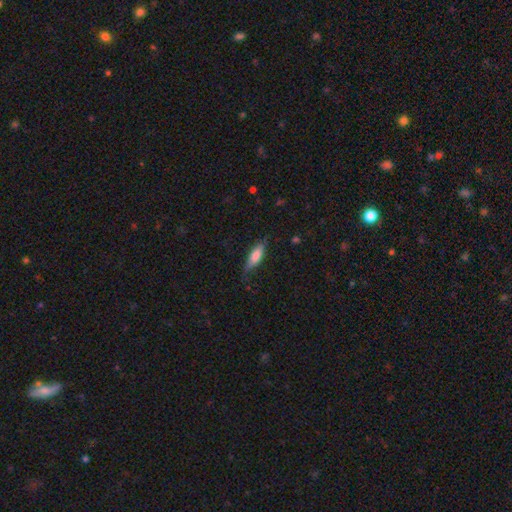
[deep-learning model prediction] Smooth or featured?
  - smooth: 69% *
  - featured or disk: 24%
  - star or artifact: 6%
How rounded?
  - in between: 52% *
  - cigar-shaped: 46%
  - round: 2%
Merging?
  - none: 70% *
  - minor disturbance: 23%
  - major disturbance: 5%
  - merger: 1%